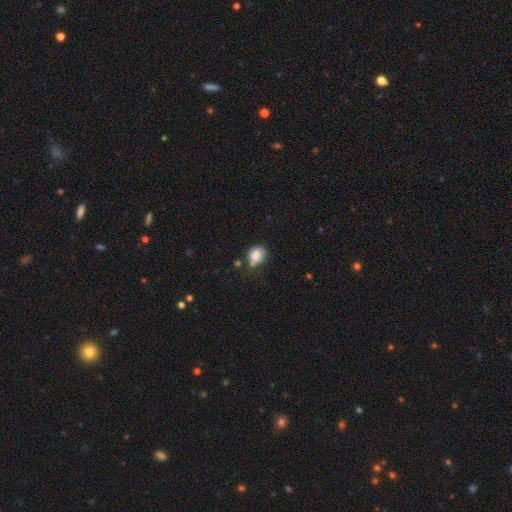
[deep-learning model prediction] smooth_or_featured: smooth (p=0.83) [alt: star or artifact p=0.09]
how_rounded: round (p=0.50) [alt: in between p=0.49]
merging: none (p=0.53) [alt: minor disturbance p=0.29]